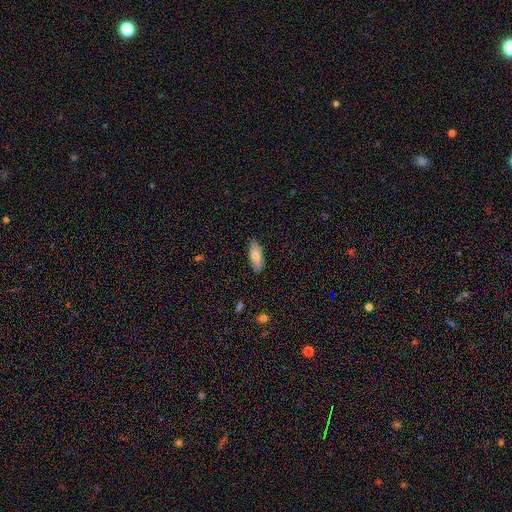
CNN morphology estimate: Smooth or featured?
  - smooth: 75% *
  - featured or disk: 18%
  - star or artifact: 6%
How rounded?
  - in between: 75% *
  - cigar-shaped: 23%
  - round: 2%
Merging?
  - none: 84% *
  - minor disturbance: 13%
  - major disturbance: 2%
  - merger: 1%